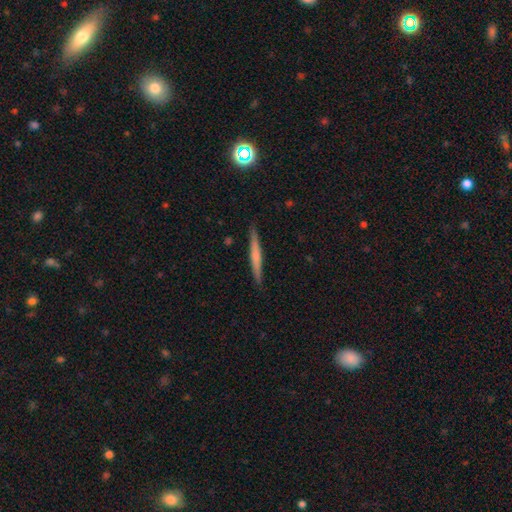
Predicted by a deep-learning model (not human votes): Smooth or featured: smooth — 47% (tied with featured or disk — 47%)
Merging: none — 90% (minor disturbance — 7%)